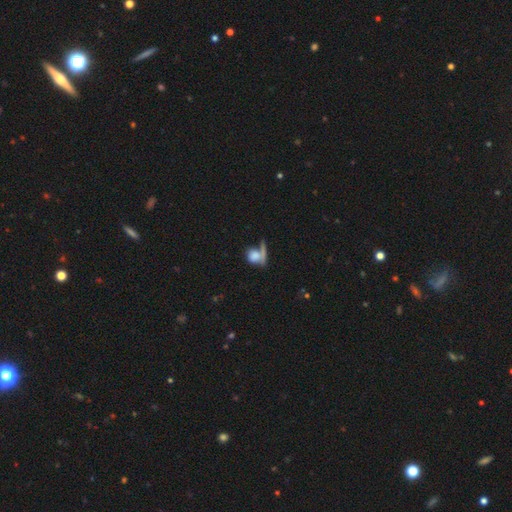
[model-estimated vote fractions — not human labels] A smooth galaxy with no disk features (73%) that is round (63%). Merging: none (40%).